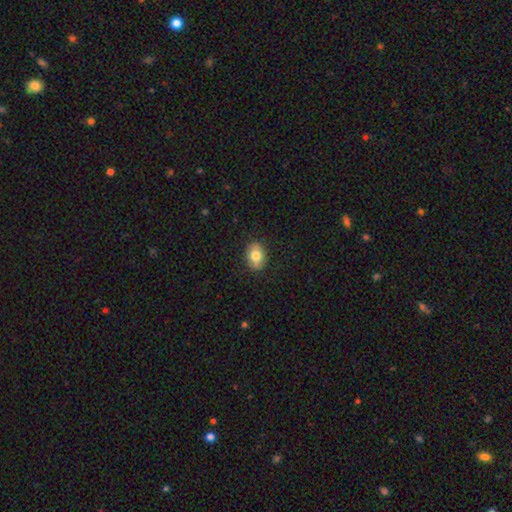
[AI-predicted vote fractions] smooth_or_featured: smooth (p=0.78) [alt: featured or disk p=0.14]
how_rounded: in between (p=0.75) [alt: round p=0.24]
merging: none (p=0.87) [alt: minor disturbance p=0.10]